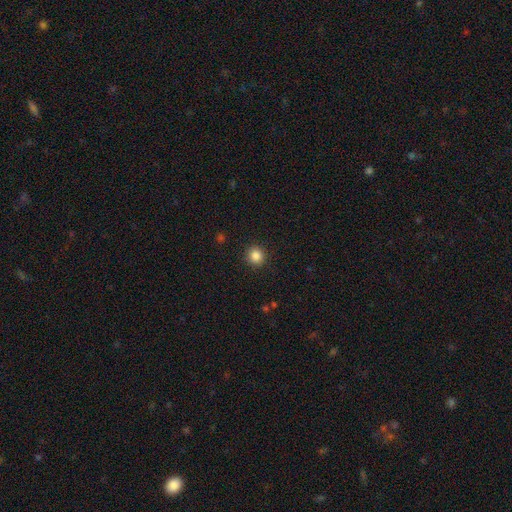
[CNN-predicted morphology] Smooth or featured? smooth (85%)
How rounded? round (93%)
Merging? none (92%)